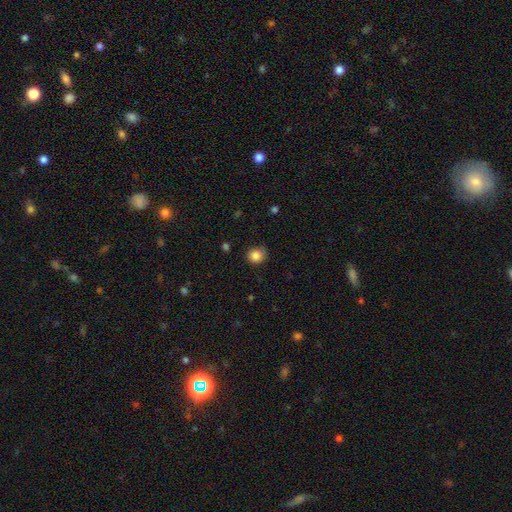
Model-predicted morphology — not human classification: Smooth or featured? Predicted: smooth (p=0.85). How rounded? Predicted: round (p=0.81). Merging? Predicted: none (p=0.77).